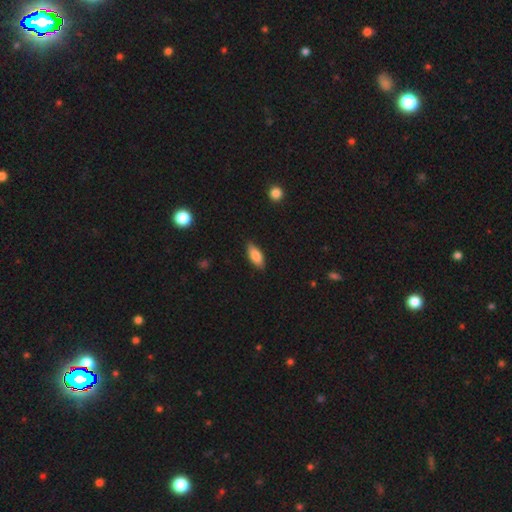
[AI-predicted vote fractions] smooth 83%, featured or disk 10%, star or artifact 6%. Down the decision tree: how rounded — in between (81%); merging — none (85%).